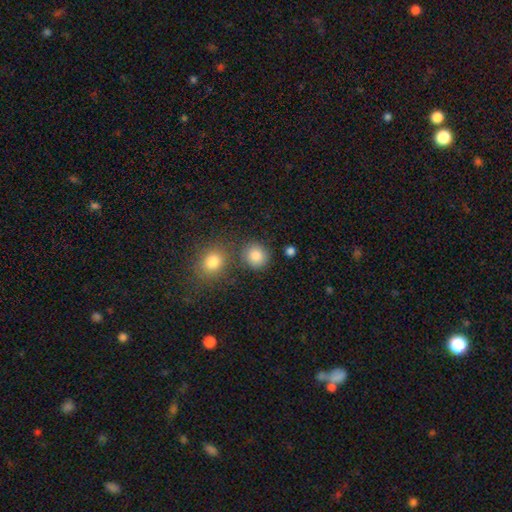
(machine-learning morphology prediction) The model was most divided on "merging": none: 76%, merger: 10%, minor disturbance: 10%, major disturbance: 4%. More confident: smooth or featured — smooth (85%); how rounded — round (84%).